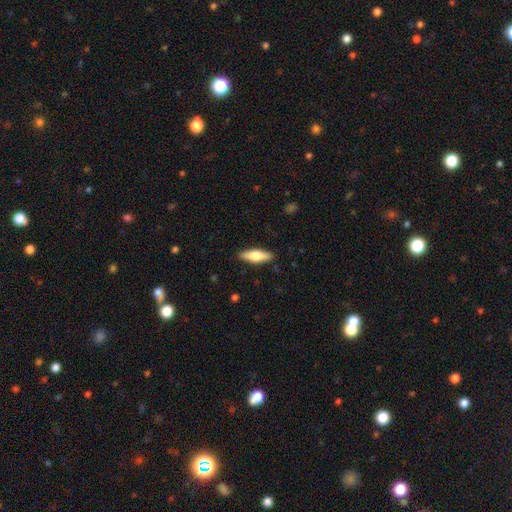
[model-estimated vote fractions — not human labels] The model was most divided on "how rounded" (2-way tie): in between: 49%, cigar-shaped: 49%, round: 2%. More confident: merging — none (89%); smooth or featured — smooth (63%).